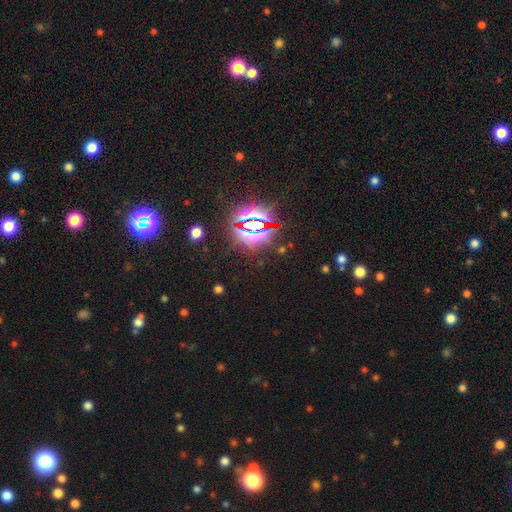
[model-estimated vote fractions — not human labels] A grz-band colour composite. It shows a star or artifact, not a galaxy (84%).